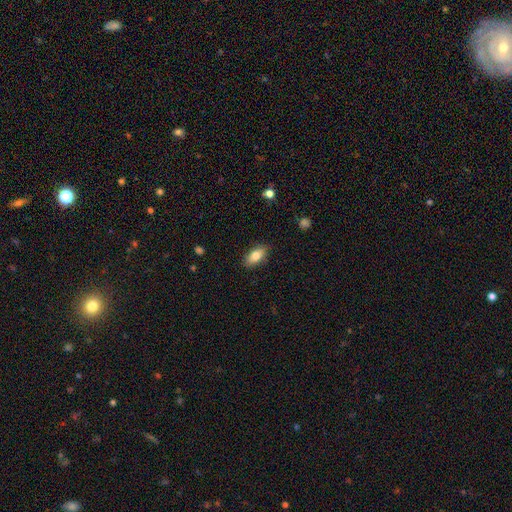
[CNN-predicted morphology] smooth 81%, featured or disk 12%, star or artifact 7%. Down the decision tree: how rounded — in between (89%); merging — none (87%).